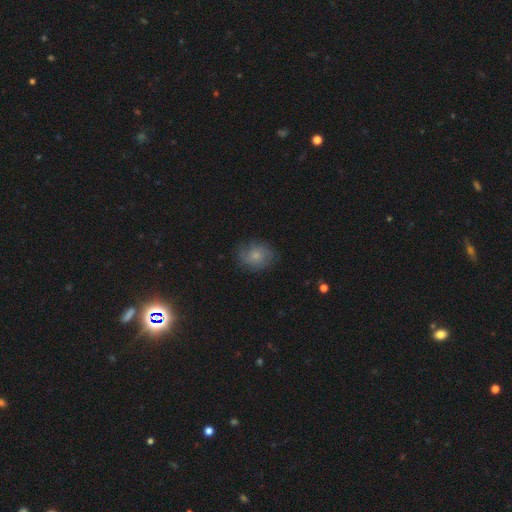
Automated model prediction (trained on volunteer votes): Q: Smooth or featured?
A: smooth (67%); runner-up: featured or disk (24%)
Q: How rounded?
A: round (52%); runner-up: in between (47%)
Q: Merging?
A: none (72%); runner-up: minor disturbance (20%)